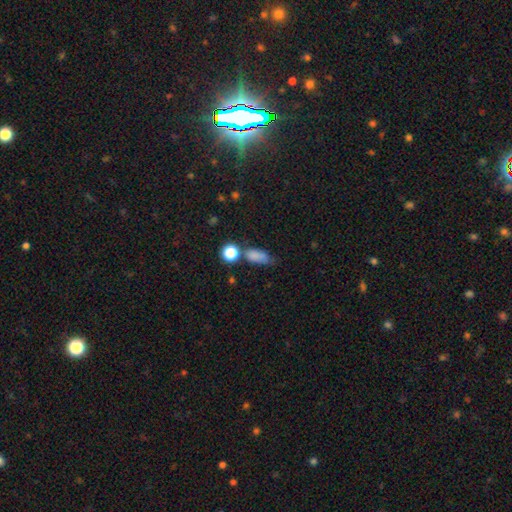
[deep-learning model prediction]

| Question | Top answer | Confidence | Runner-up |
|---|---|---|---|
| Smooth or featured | smooth | 79% | star or artifact (14%) |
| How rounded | in between | 70% | round (15%) |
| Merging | none | 51% | minor disturbance (26%) |